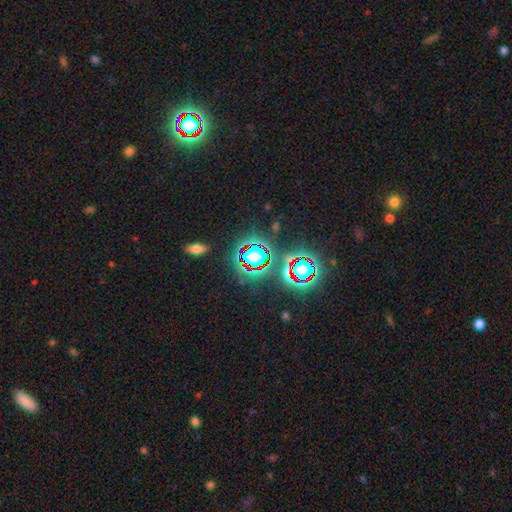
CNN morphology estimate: smooth_or_featured: star or artifact (p=0.81) [alt: smooth p=0.11]